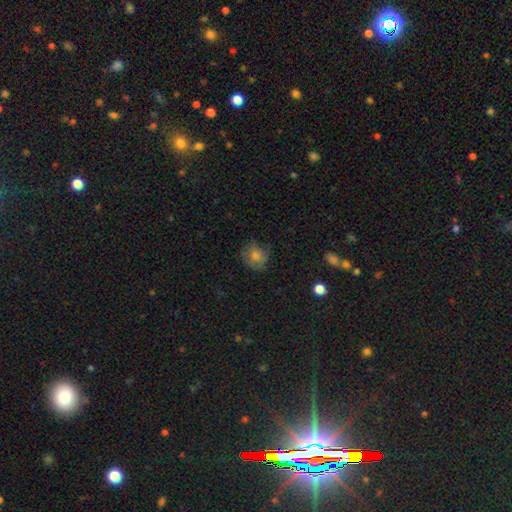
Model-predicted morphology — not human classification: A smooth galaxy with no disk features (71%) that is round (79%).

Vote fractions:
- Smooth or featured? smooth: 71% / featured or disk: 16% / star or artifact: 13%
- How rounded? round: 79% / in between: 20% / cigar-shaped: 1%
- Merging? none: 75% / minor disturbance: 19% / major disturbance: 5% / merger: 1%